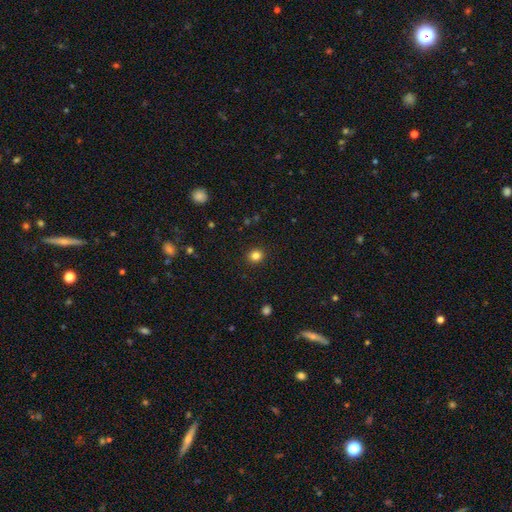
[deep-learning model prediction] This appears to be a smooth galaxy with no disk features (83%) that is round (83%). Merging: none (91%).